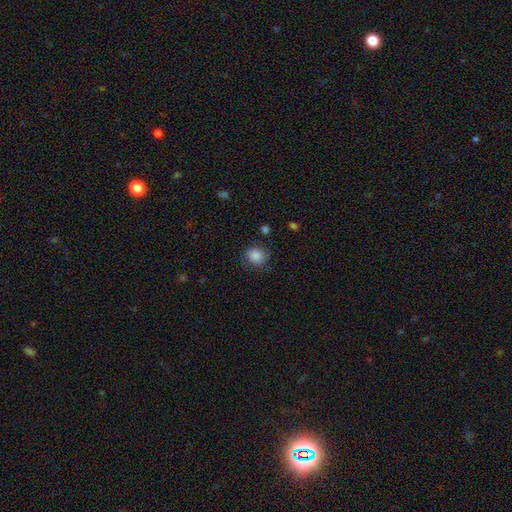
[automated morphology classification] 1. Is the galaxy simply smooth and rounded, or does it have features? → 84% smooth, 9% star or artifact, 7% featured or disk.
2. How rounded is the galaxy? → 74% round, 25% in between, 1% cigar-shaped.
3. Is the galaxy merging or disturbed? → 74% none, 19% minor disturbance, 6% major disturbance, 2% merger.